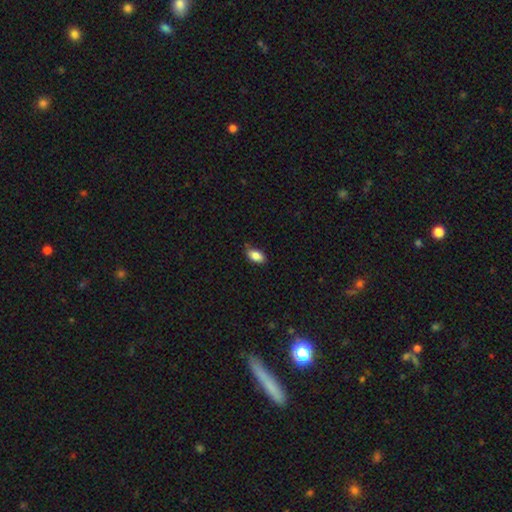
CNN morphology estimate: Smooth or featured? smooth (87%)
How rounded? in between (92%)
Merging? none (76%)